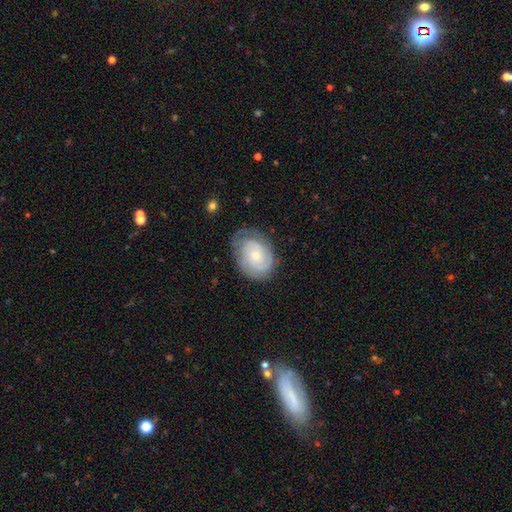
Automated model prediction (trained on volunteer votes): A featured or disk galaxy (72%) with no bar (76%), 2 (39%) tight (65%) spiral arms (92%) and a small central bulge (64%).

Vote fractions:
- Smooth or featured? featured or disk: 72% / smooth: 22% / star or artifact: 6%
- Edge-on disk? no: 97% / yes: 3%
- Bar? no: 76% / weak: 21% / strong: 3%
- Spiral arms? yes: 92% / no: 8%
- Spiral winding? tight: 65% / medium: 28% / loose: 7%
- Spiral arm count? 2: 39% / can't tell: 31% / 3: 16% / 1: 7% / 4: 4% / more than 4: 3%
- Bulge size? small: 64% / moderate: 30% / none: 3% / large: 2% / dominant: 1%
- Merging? none: 69% / minor disturbance: 22% / major disturbance: 8% / merger: 1%